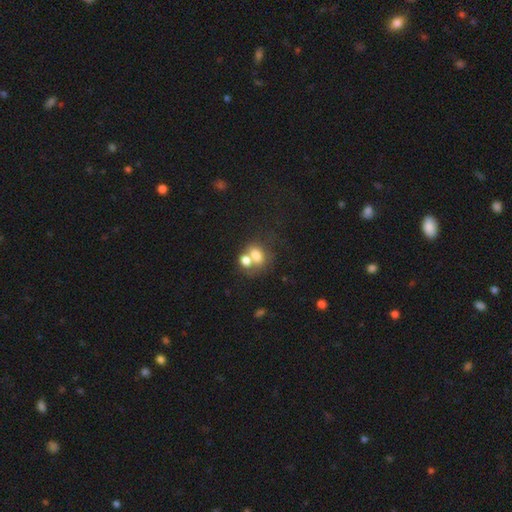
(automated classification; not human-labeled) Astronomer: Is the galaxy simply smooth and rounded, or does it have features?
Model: smooth — 71%.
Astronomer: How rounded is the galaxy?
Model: in between — 60% (runner-up: round, 39%).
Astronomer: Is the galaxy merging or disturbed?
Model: merger — 56%.